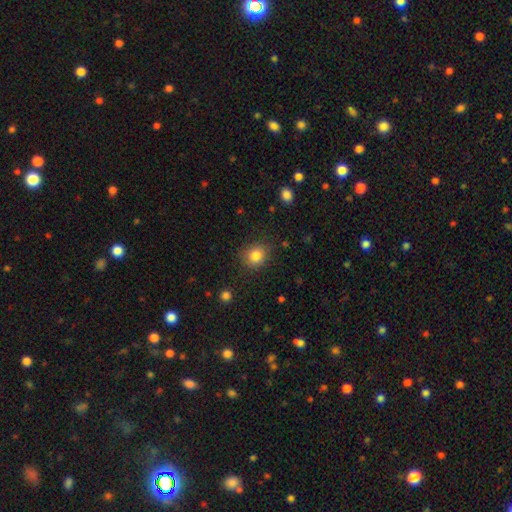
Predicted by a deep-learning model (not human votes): Smooth or featured? smooth (84%)
How rounded? round (76%)
Merging? none (83%)